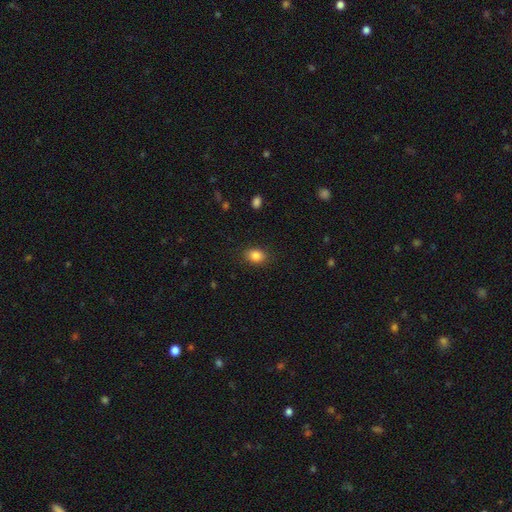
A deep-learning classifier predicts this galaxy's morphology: The model was most divided on "how rounded": in between: 61%, round: 38%, cigar-shaped: 1%. More confident: merging — none (86%); smooth or featured — smooth (85%).